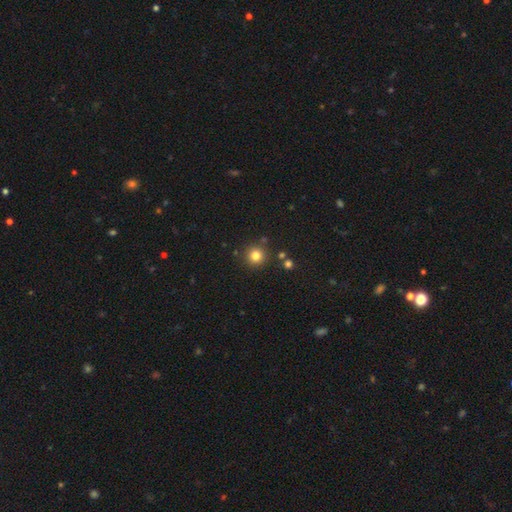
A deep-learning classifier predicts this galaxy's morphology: Q: Smooth or featured?
A: smooth (81%); runner-up: star or artifact (14%)
Q: How rounded?
A: round (95%); runner-up: in between (4%)
Q: Merging?
A: none (87%); runner-up: minor disturbance (6%)